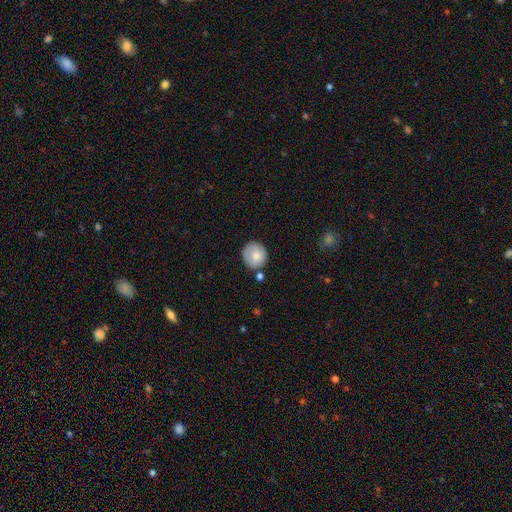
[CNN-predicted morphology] smooth_or_featured: smooth (p=0.78) [alt: featured or disk p=0.15]
how_rounded: round (p=0.87) [alt: in between p=0.13]
merging: none (p=0.73) [alt: minor disturbance p=0.17]